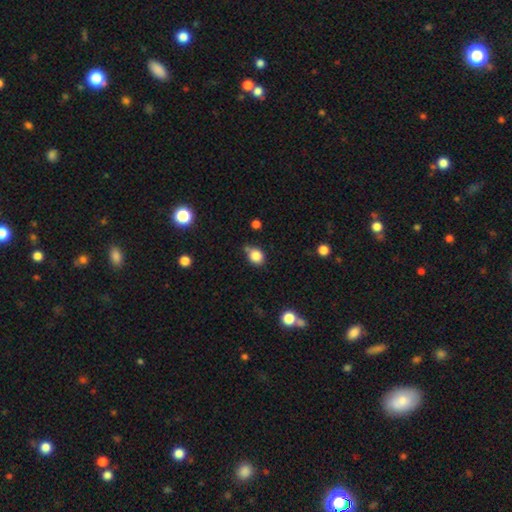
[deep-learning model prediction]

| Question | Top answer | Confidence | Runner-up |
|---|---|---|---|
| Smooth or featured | smooth | 83% | star or artifact (11%) |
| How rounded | round | 61% | in between (38%) |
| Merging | none | 64% | minor disturbance (22%) |